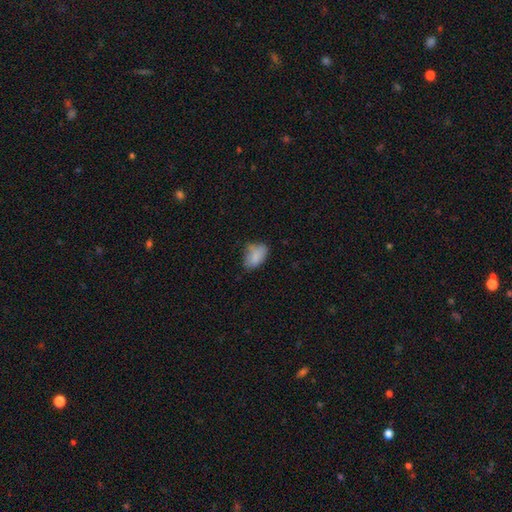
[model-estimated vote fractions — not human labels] smooth 81%, featured or disk 10%, star or artifact 9%. Down the decision tree: how rounded — in between (90%); merging — none (53%).